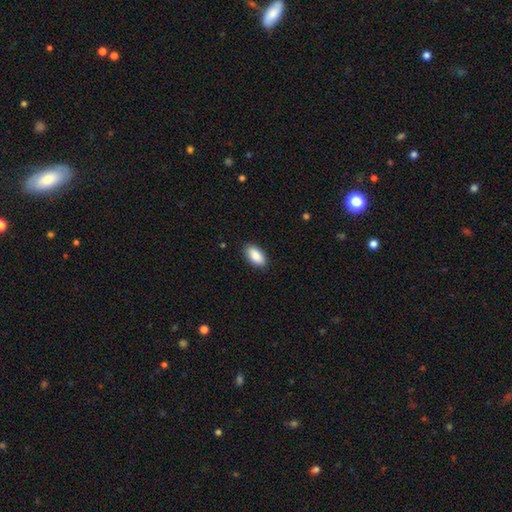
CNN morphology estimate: Smooth or featured? smooth (89%)
How rounded? in between (92%)
Merging? none (88%)